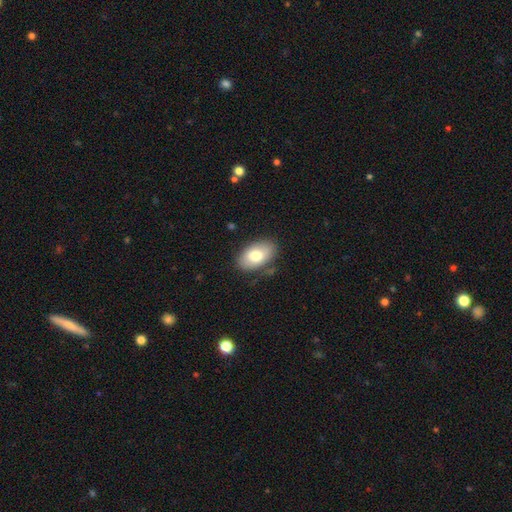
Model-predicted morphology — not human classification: Overall: smooth (76%). How rounded: in between (93%). Merging: none (79%).